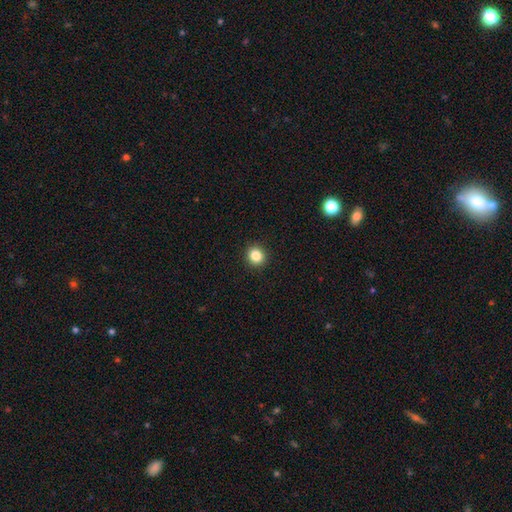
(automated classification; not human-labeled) The model was most divided on "how rounded": round: 86%, in between: 13%, cigar-shaped: 1%. More confident: merging — none (93%); smooth or featured — smooth (84%).